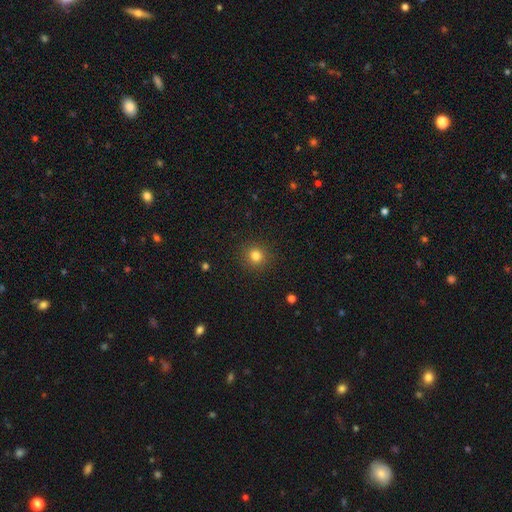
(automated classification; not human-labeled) A smooth galaxy with no disk features (82%) that is round (92%). Merging: none (91%).